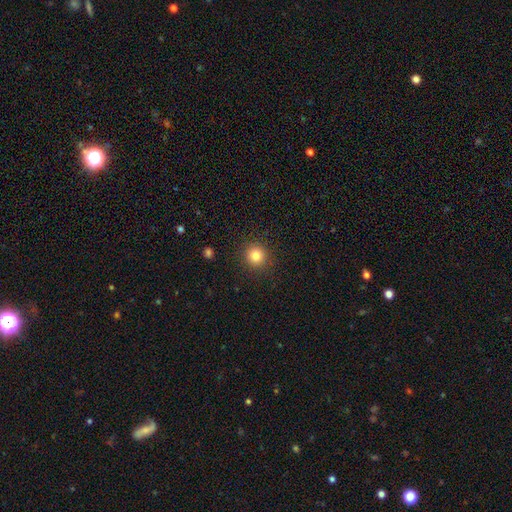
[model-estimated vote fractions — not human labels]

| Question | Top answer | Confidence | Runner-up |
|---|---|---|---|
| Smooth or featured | smooth | 83% | star or artifact (12%) |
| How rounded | round | 93% | in between (6%) |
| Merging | none | 91% | minor disturbance (6%) |